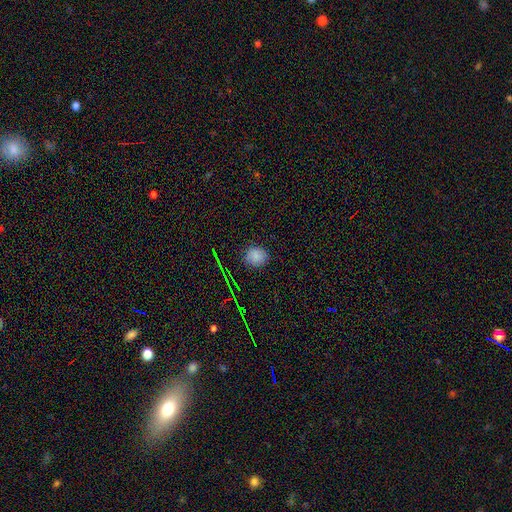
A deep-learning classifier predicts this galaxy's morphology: Smooth or featured?
  - smooth: 77% *
  - star or artifact: 18%
  - featured or disk: 6%
How rounded?
  - round: 76% *
  - in between: 22%
  - cigar-shaped: 1%
Merging?
  - none: 85% *
  - minor disturbance: 11%
  - major disturbance: 3%
  - merger: 1%